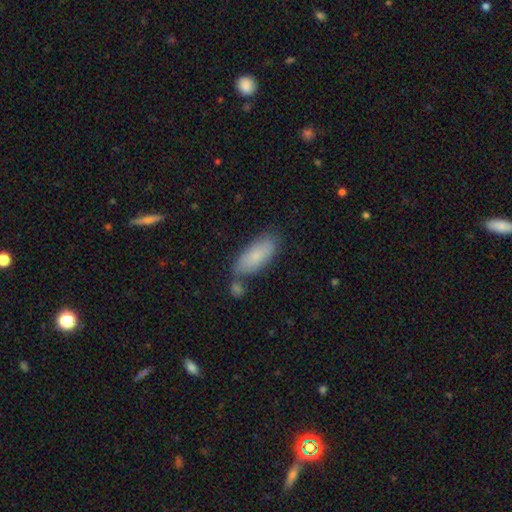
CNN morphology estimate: A smooth galaxy with no disk features (78%) that is in between round and cigar-shaped (77%).

Vote fractions:
- Smooth or featured? smooth: 78% / featured or disk: 14% / star or artifact: 7%
- How rounded? in between: 77% / cigar-shaped: 21% / round: 2%
- Merging? none: 69% / minor disturbance: 17% / merger: 10% / major disturbance: 4%